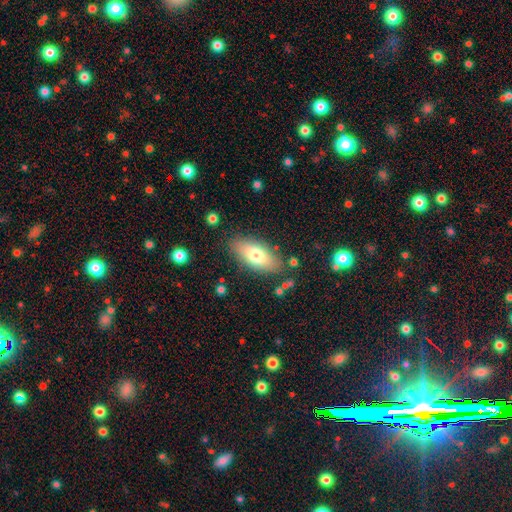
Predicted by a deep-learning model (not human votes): smooth_or_featured: smooth (p=0.59) [alt: star or artifact p=0.20]
how_rounded: in between (p=0.85) [alt: cigar-shaped p=0.09]
merging: none (p=0.83) [alt: minor disturbance p=0.11]